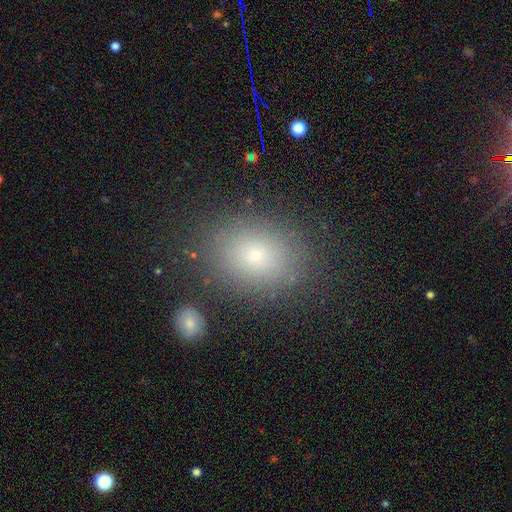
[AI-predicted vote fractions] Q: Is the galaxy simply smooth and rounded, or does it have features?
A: smooth — 73%.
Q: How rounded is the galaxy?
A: in between — 60%.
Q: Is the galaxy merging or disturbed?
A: none — 82%.